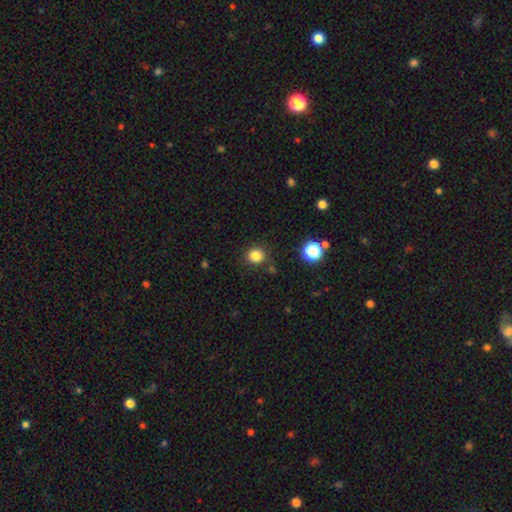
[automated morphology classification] Overall: smooth (83%). How rounded: round (87%). Merging: none (85%).